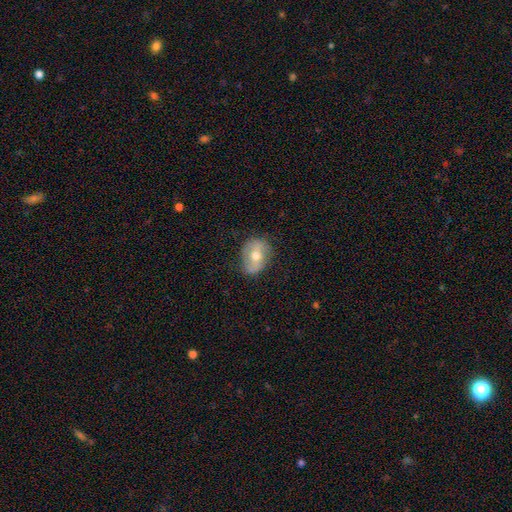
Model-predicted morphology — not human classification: smooth_or_featured: featured or disk (p=0.51) [alt: smooth p=0.42]
disk_edge_on: no (p=0.94) [alt: yes p=0.06]
merging: none (p=0.74) [alt: minor disturbance p=0.19]